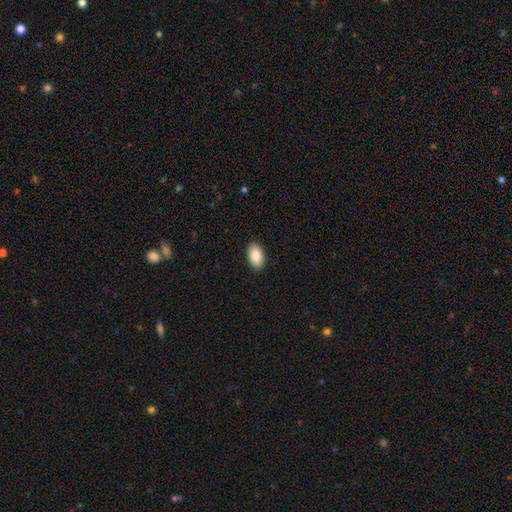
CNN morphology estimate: A smooth galaxy with no disk features (87%) that is in between round and cigar-shaped (95%).

Vote fractions:
- Smooth or featured? smooth: 87% / star or artifact: 7% / featured or disk: 6%
- How rounded? in between: 95% / round: 4% / cigar-shaped: 1%
- Merging? none: 90% / minor disturbance: 7% / major disturbance: 2% / merger: 1%